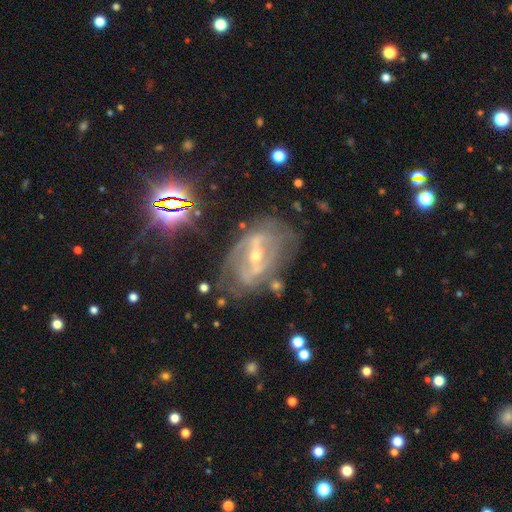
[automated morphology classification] Smooth or featured? Predicted: featured or disk (p=0.81). Edge-on disk? Predicted: no (p=0.92). Bar? Predicted: strong (p=0.64). Spiral arms? Predicted: yes (p=0.75). Spiral winding? Predicted: tight (p=0.44). Spiral arm count? Predicted: 2 (p=0.51). Bulge size? Predicted: small (p=0.57). Merging? Predicted: none (p=0.64).